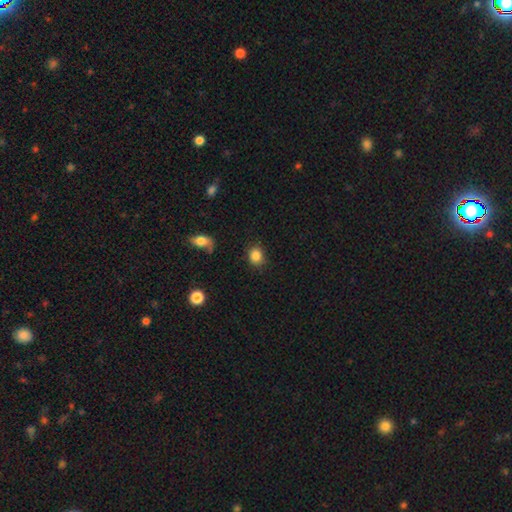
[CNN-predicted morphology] Smooth or featured? smooth (86%)
How rounded? round (75%)
Merging? none (84%)